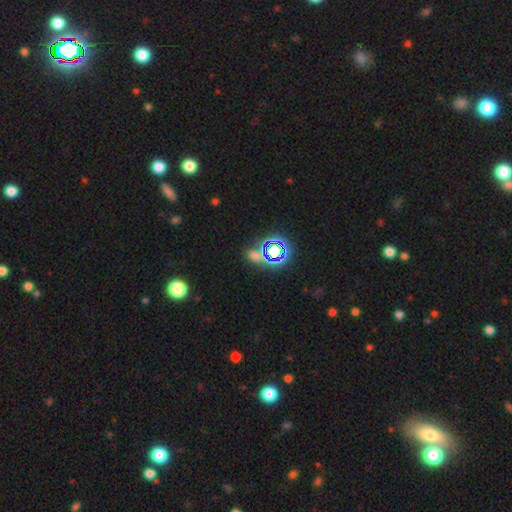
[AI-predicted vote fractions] A star or artifact, not a galaxy (55%).

Vote fractions:
- Smooth or featured? star or artifact: 55% / smooth: 33% / featured or disk: 11%